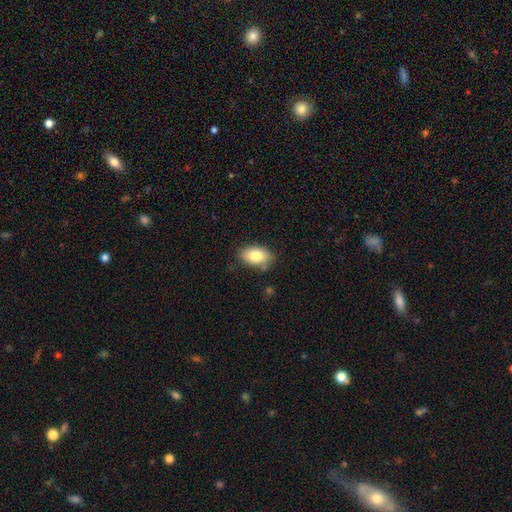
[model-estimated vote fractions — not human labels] smooth_or_featured: smooth (p=0.83) [alt: featured or disk p=0.09]
how_rounded: in between (p=0.91) [alt: round p=0.07]
merging: none (p=0.79) [alt: minor disturbance p=0.16]